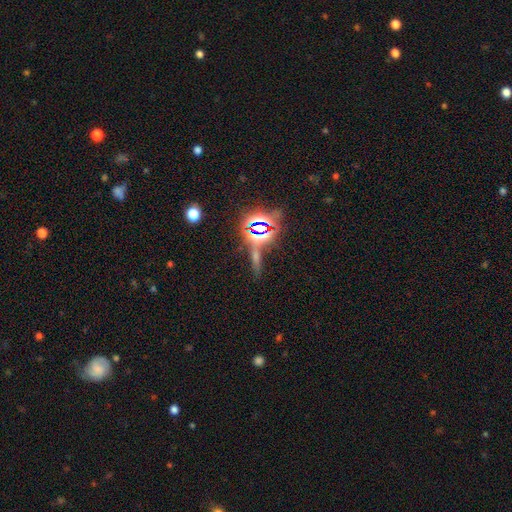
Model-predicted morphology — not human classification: A star or artifact, not a galaxy (61%).

Vote fractions:
- Smooth or featured? star or artifact: 61% / smooth: 22% / featured or disk: 17%